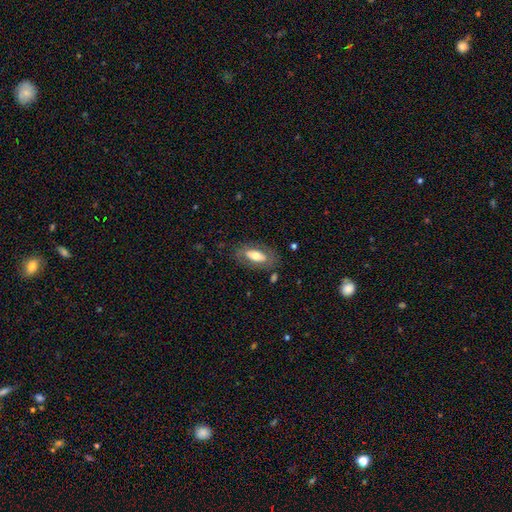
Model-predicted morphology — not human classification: smooth-or-featured: smooth: 54% | featured or disk: 39% | star or artifact: 6%
  how-rounded: in between: 88% | cigar-shaped: 9% | round: 3%
  merging: none: 76% | minor disturbance: 15% | major disturbance: 7% | merger: 2%